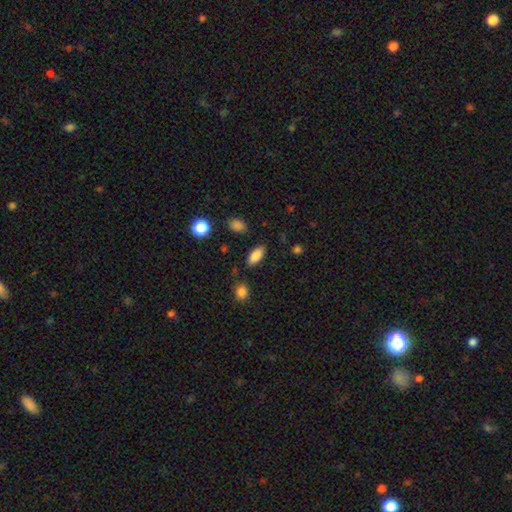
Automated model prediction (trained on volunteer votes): A smooth galaxy with no disk features (85%) that is in between round and cigar-shaped (85%). Merging: none (85%).